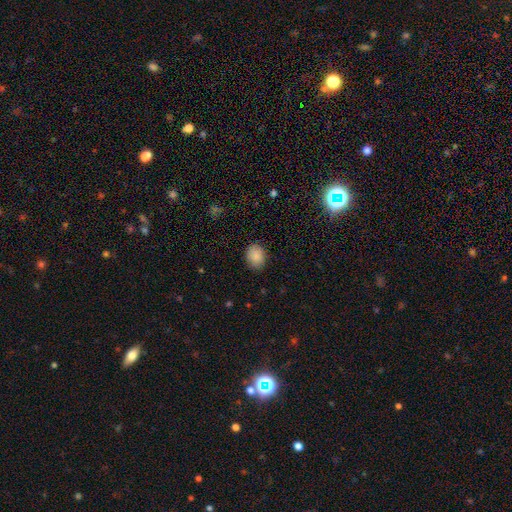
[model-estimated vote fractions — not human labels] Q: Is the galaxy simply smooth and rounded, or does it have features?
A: smooth — 88%.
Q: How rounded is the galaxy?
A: in between — 51%.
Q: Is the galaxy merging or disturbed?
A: none — 83%.